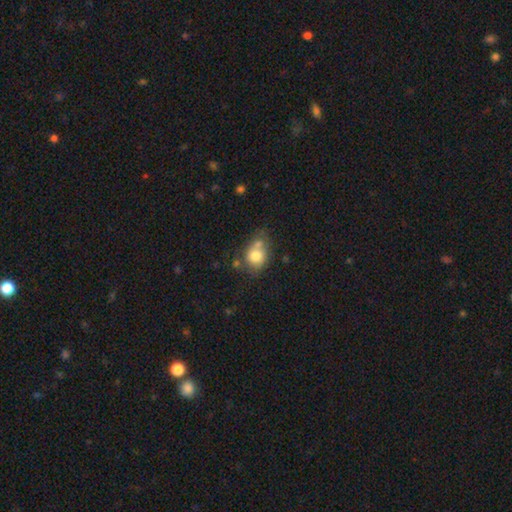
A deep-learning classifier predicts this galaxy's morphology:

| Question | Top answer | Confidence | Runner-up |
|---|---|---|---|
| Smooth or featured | smooth | 73% | featured or disk (17%) |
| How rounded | in between | 51% | round (48%) |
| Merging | none | 39% | merger (29%) |